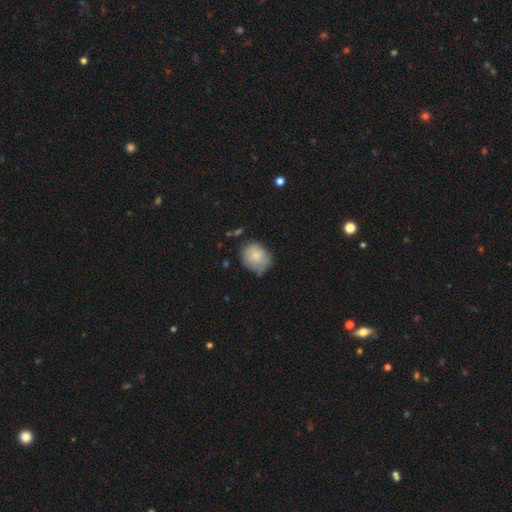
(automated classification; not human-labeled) The model was most divided on "merging": none: 59%, minor disturbance: 31%, major disturbance: 7%, merger: 4%. More confident: smooth or featured — smooth (78%); how rounded — round (64%).